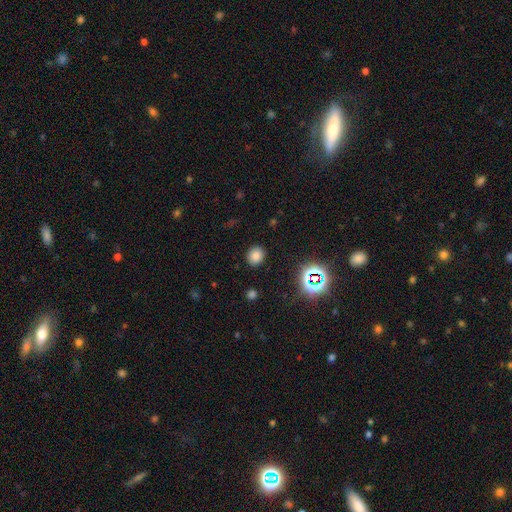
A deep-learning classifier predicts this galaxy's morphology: Q: Smooth or featured?
A: smooth (77%); runner-up: star or artifact (17%)
Q: How rounded?
A: round (64%); runner-up: in between (36%)
Q: Merging?
A: none (89%); runner-up: minor disturbance (7%)